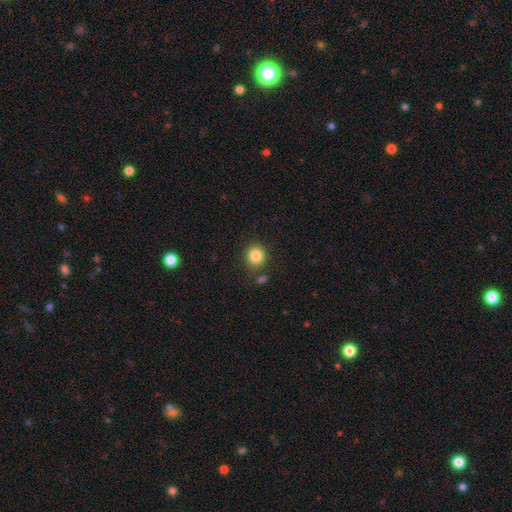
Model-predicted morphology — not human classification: smooth-or-featured: smooth: 84% | star or artifact: 10% | featured or disk: 6%
  how-rounded: round: 87% | in between: 12% | cigar-shaped: 1%
  merging: none: 80% | minor disturbance: 10% | merger: 6% | major disturbance: 3%